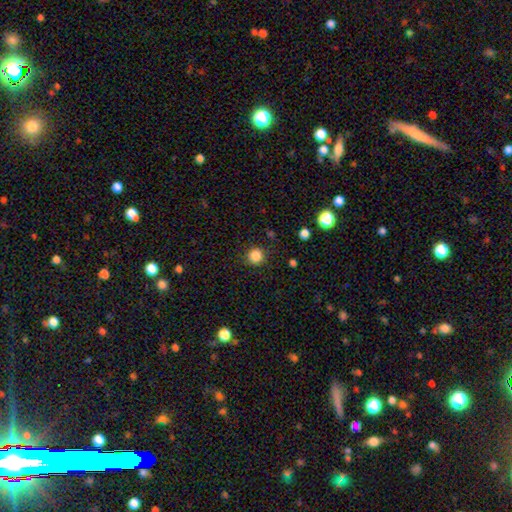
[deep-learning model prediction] A smooth galaxy with no disk features (85%) that is round (94%).

Vote fractions:
- Smooth or featured? smooth: 85% / star or artifact: 11% / featured or disk: 3%
- How rounded? round: 94% / in between: 5% / cigar-shaped: 1%
- Merging? none: 89% / minor disturbance: 7% / major disturbance: 2% / merger: 1%